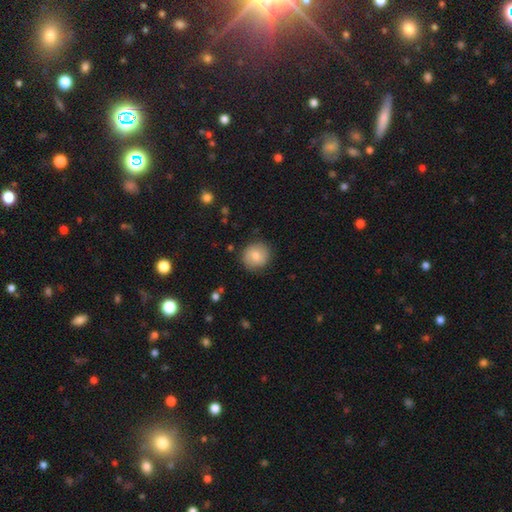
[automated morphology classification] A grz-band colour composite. It shows a smooth galaxy with no disk features (74%) that is round (87%). Merging: none (85%).